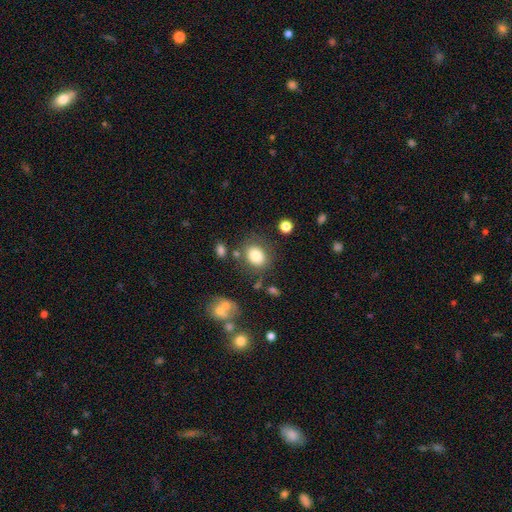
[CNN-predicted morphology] smooth 80%, featured or disk 10%, star or artifact 10%. Down the decision tree: how rounded — round (52%); merging — none (74%).